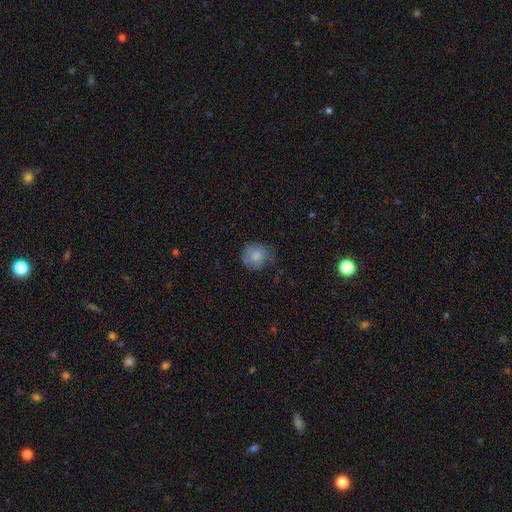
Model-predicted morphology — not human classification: This is likely a smooth galaxy (72%). How rounded: clearly round (83%). Merging: likely none (62%).